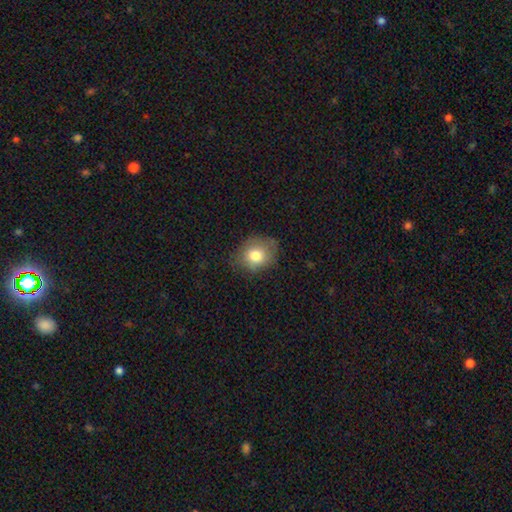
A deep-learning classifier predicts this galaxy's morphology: Q: Smooth or featured?
A: smooth (79%); runner-up: featured or disk (12%)
Q: How rounded?
A: round (61%); runner-up: in between (38%)
Q: Merging?
A: none (72%); runner-up: minor disturbance (21%)